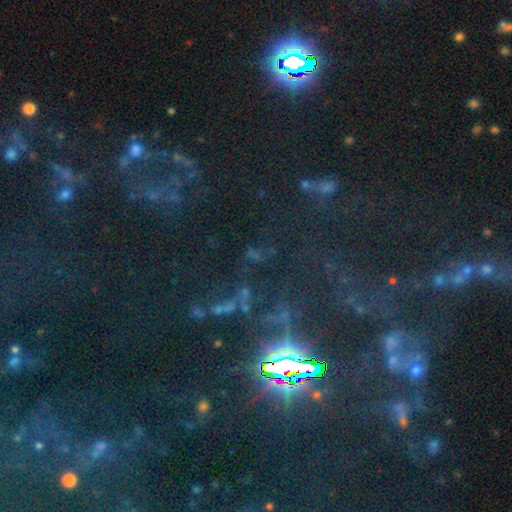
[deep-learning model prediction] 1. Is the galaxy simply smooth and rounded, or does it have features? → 73% star or artifact, 15% smooth, 12% featured or disk.